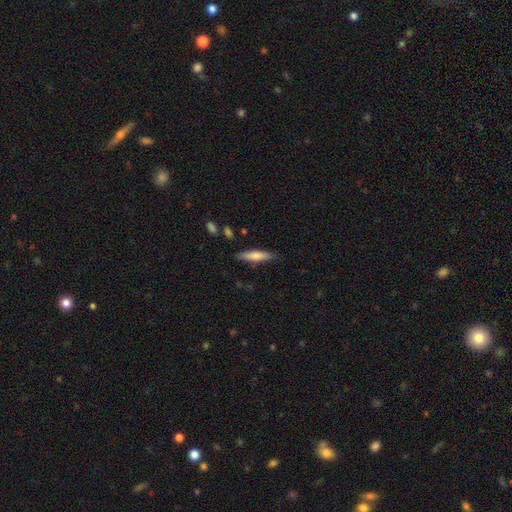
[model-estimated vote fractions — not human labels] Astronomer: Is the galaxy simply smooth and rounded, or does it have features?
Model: smooth — 70%.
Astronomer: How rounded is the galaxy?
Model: cigar-shaped — 78%.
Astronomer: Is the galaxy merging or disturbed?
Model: none — 83%.